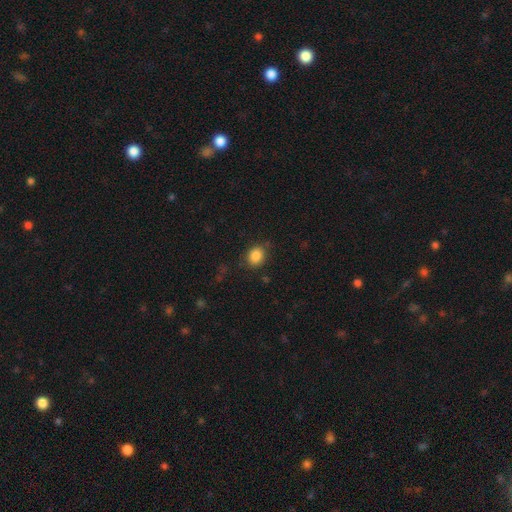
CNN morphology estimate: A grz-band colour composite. It shows a smooth galaxy with no disk features (85%) that is round (61%). Merging: none (78%).